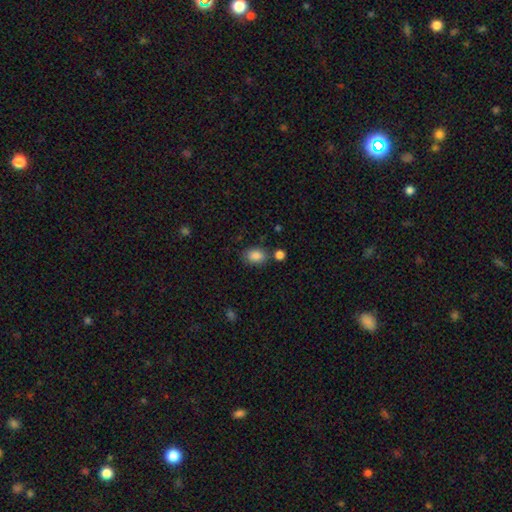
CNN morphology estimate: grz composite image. It shows a smooth galaxy with no disk features (87%) that is in between round and cigar-shaped (74%). Merging: none (73%).